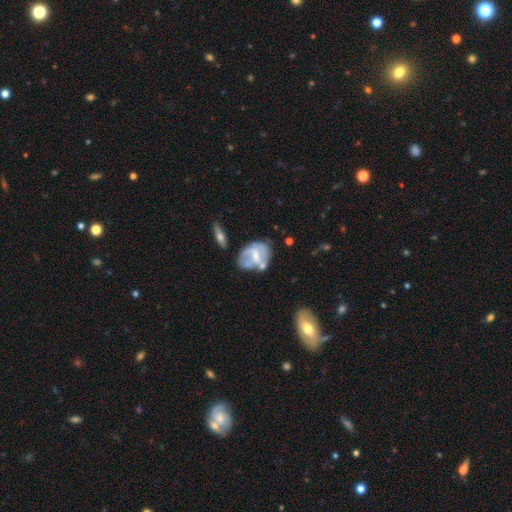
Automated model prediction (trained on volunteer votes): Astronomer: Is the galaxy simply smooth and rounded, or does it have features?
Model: featured or disk — 56% (runner-up: smooth, 36%).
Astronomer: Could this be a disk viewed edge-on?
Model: no — 95%.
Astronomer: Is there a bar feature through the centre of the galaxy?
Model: no — 46% (runner-up: weak, 39%).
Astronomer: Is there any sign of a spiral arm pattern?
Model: no — 62% (runner-up: yes, 38%).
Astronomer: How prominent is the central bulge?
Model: moderate — 40% (runner-up: small, 38%).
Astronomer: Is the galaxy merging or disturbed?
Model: none — 38% (runner-up: minor disturbance, 26%).